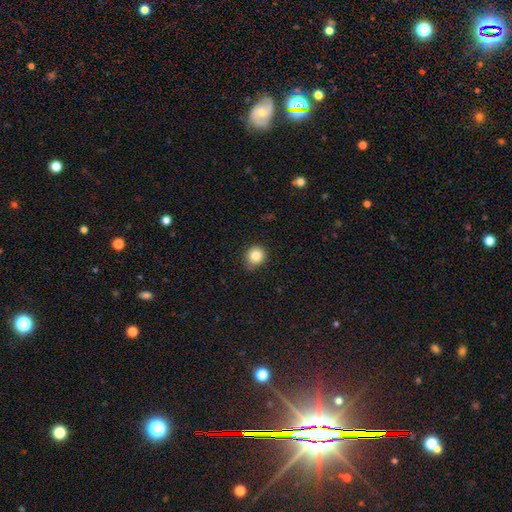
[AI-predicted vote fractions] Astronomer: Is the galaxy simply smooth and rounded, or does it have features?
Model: smooth — 84%.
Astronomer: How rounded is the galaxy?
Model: round — 86%.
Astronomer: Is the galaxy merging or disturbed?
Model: none — 79%.